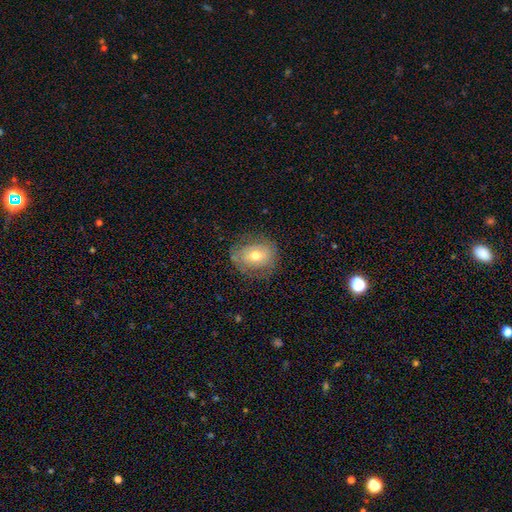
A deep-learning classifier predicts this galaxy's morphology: smooth 55%, featured or disk 36%, star or artifact 9%. Down the decision tree: how rounded — in between (57%); merging — none (73%).